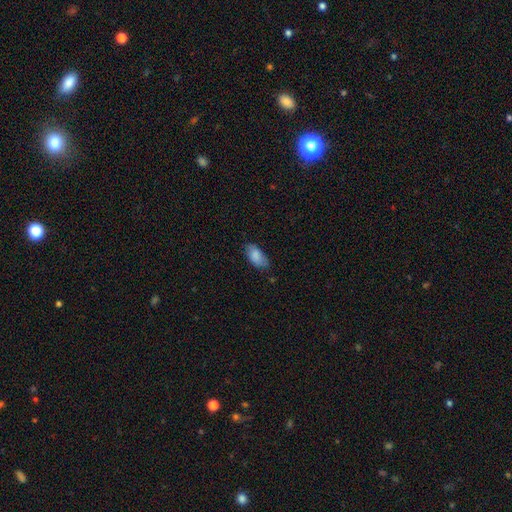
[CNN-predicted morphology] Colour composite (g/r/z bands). It shows a smooth galaxy with no disk features (87%) that is in between round and cigar-shaped (93%). Merging: none (74%).